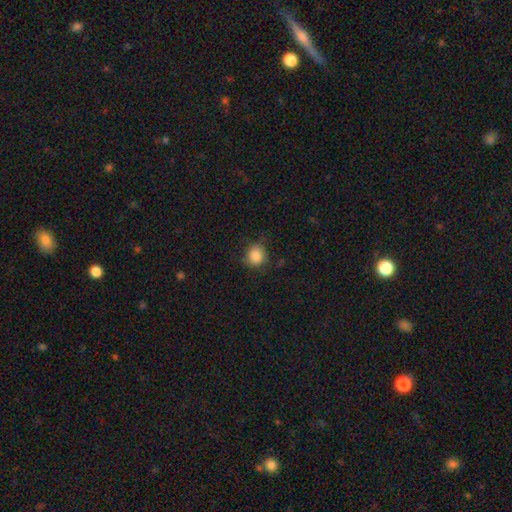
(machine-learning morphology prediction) Smooth or featured: smooth — 87% (star or artifact — 9%)
How rounded: round — 78% (in between — 21%)
Merging: none — 75% (minor disturbance — 19%)